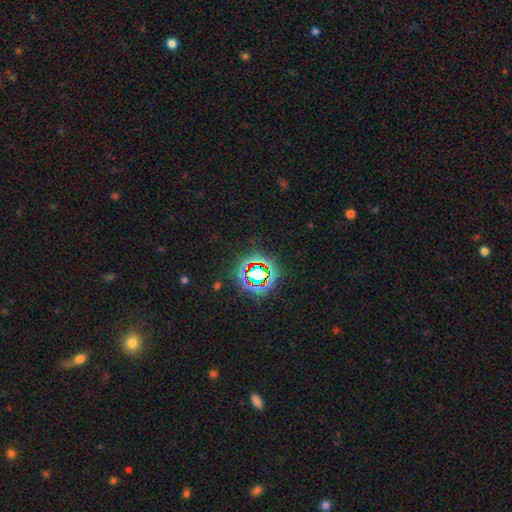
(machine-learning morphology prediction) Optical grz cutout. It shows a star or artifact, not a galaxy (75%).